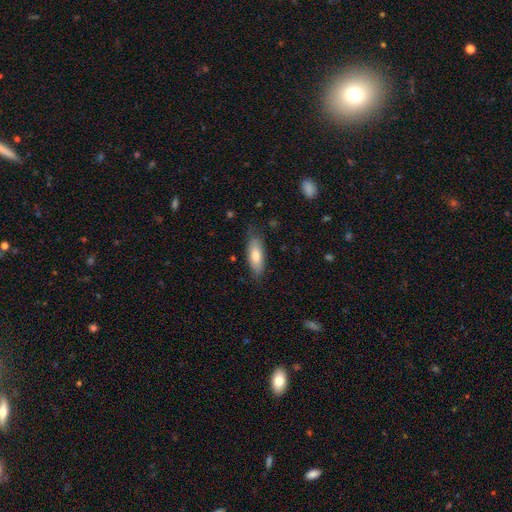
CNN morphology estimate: Overall: smooth (77%). How rounded: in between (65%; cigar-shaped 33%). Merging: none (76%).